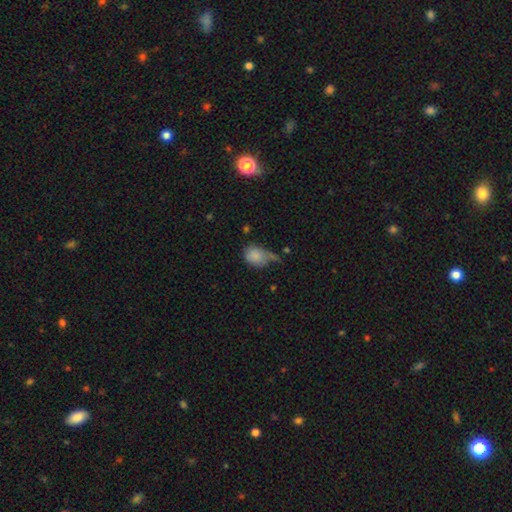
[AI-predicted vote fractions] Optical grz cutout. It shows a smooth galaxy with no disk features (80%) that is in between round and cigar-shaped (56%). Merging: none (37%).